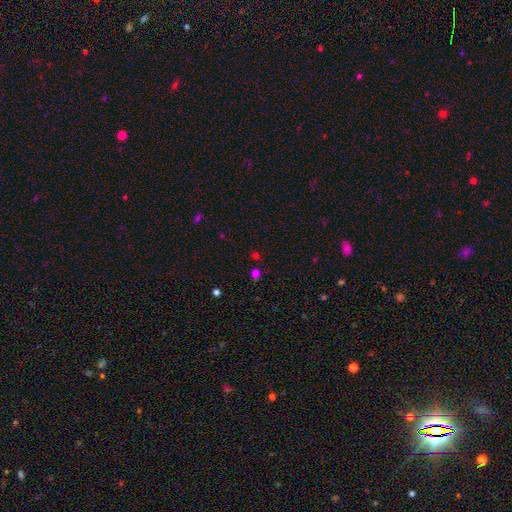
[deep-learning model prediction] The model was most divided on "smooth or featured": smooth: 60%, star or artifact: 35%, featured or disk: 5%. More confident: merging — none (83%); how rounded — round (77%).